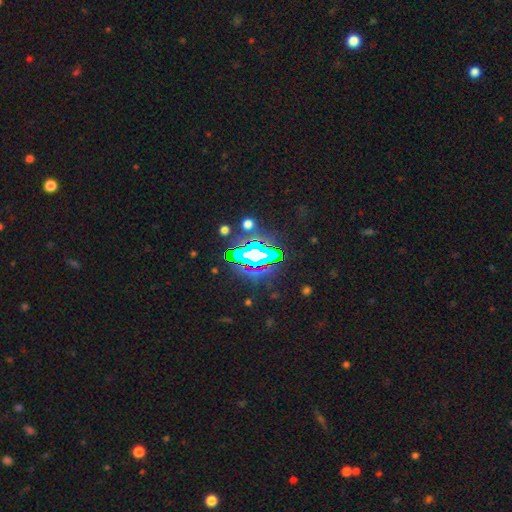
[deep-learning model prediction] Smooth or featured? star or artifact (70%)